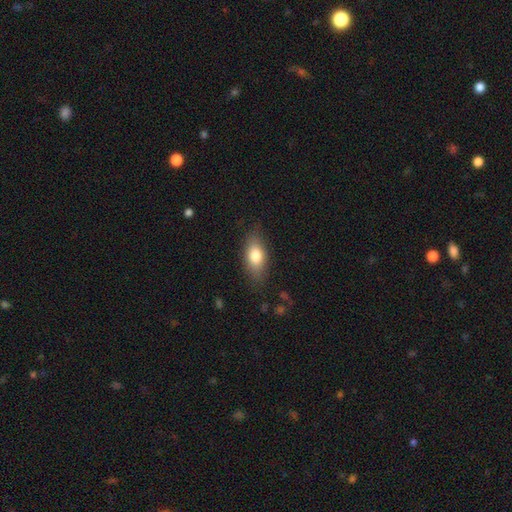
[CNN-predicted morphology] Overall: smooth (77%). How rounded: in between (83%). Merging: none (80%).